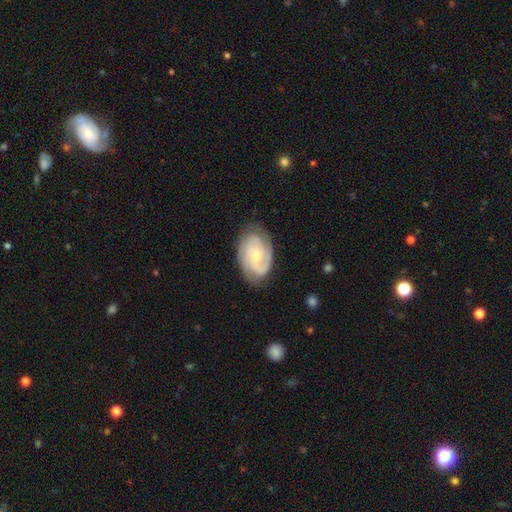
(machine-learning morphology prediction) featured or disk 82%, smooth 13%, star or artifact 5%. Down the decision tree: edge-on disk — no (97%); bar — no (65%); spiral arms — yes (96%); spiral arm count — 2 (48%); spiral winding — tight (55%); bulge size — small (60%); merging — none (78%).